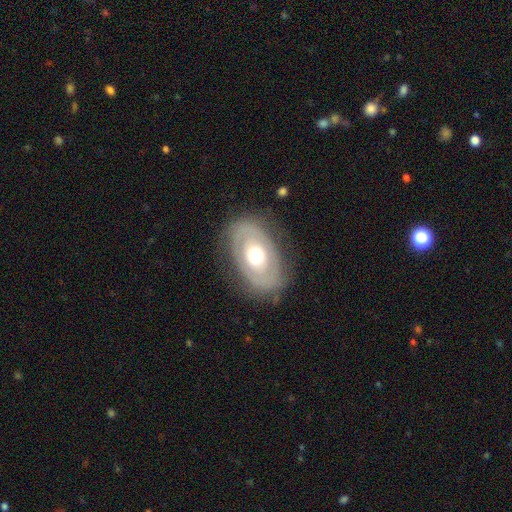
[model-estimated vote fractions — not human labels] A featured or disk galaxy (55%).

Vote fractions:
- Smooth or featured? featured or disk: 55% / smooth: 39% / star or artifact: 6%
- Edge-on disk? no: 90% / yes: 10%
- Merging? none: 78% / minor disturbance: 14% / major disturbance: 7% / merger: 1%